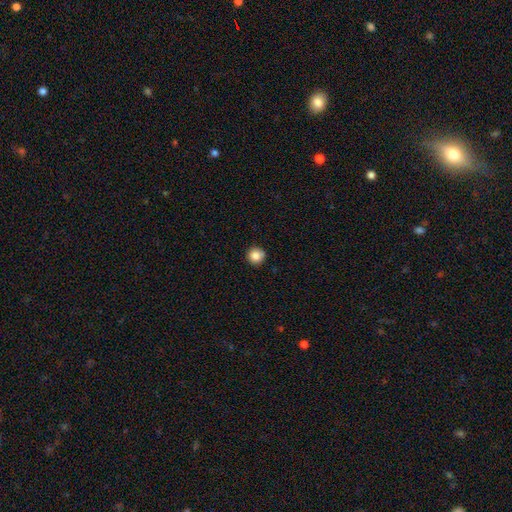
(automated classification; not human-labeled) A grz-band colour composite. It shows a smooth galaxy with no disk features (85%) that is round (95%). Merging: none (89%).